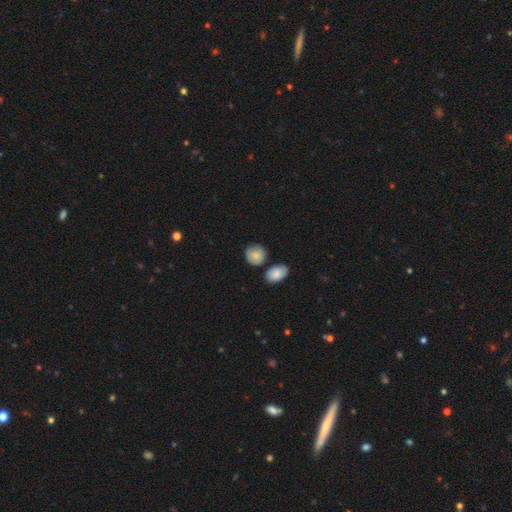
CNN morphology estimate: This appears to be a smooth galaxy with no disk features (84%) that is round (78%). Merging: none (69%).